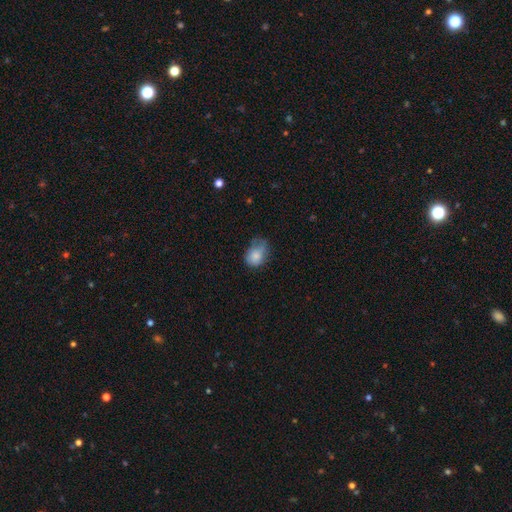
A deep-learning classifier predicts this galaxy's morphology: type=smooth (81%); roundness=in between (65%); merging=none (41%).